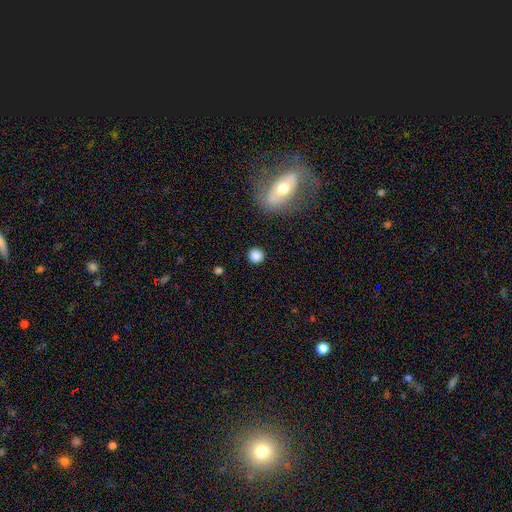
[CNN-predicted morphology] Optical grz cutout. It shows a smooth galaxy with no disk features (85%) that is round (93%). Merging: none (90%).